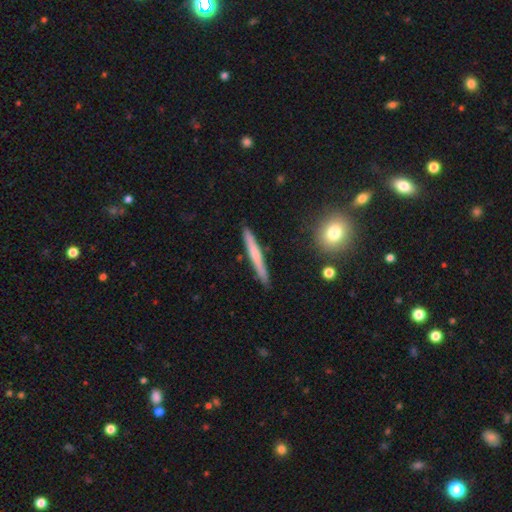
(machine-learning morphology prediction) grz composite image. It shows a featured or disk galaxy (50%) viewed edge-on (95%). Merging: none (89%).